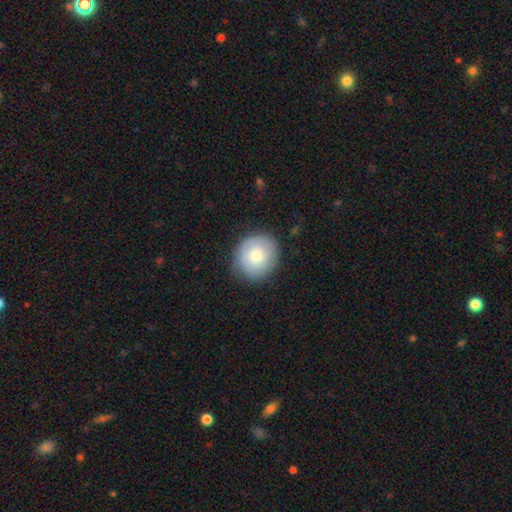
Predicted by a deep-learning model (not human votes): smooth_or_featured: smooth (p=0.65) [alt: featured or disk p=0.28]
how_rounded: round (p=0.86) [alt: in between p=0.13]
merging: none (p=0.83) [alt: minor disturbance p=0.12]